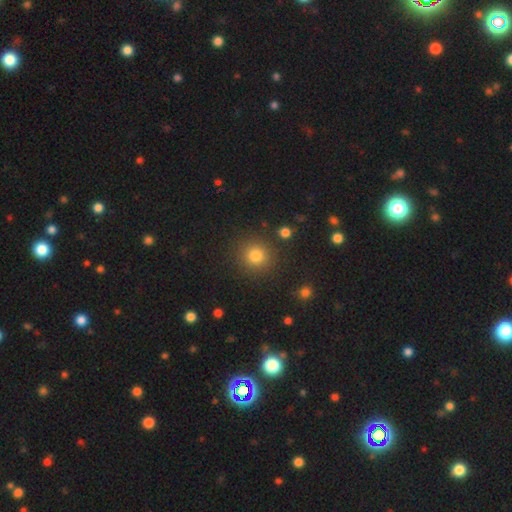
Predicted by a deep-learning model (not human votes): A smooth galaxy with no disk features (80%) that is round (92%).

Vote fractions:
- Smooth or featured? smooth: 80% / star or artifact: 14% / featured or disk: 6%
- How rounded? round: 92% / in between: 8% / cigar-shaped: 1%
- Merging? none: 88% / minor disturbance: 6% / major disturbance: 3% / merger: 3%